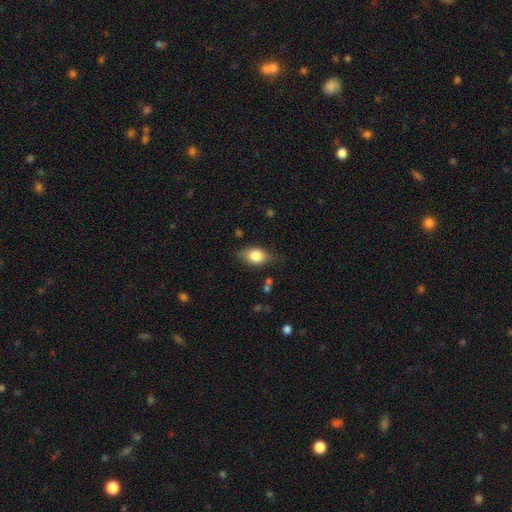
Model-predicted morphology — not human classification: Q: Smooth or featured?
A: smooth (79%); runner-up: featured or disk (14%)
Q: How rounded?
A: in between (85%); runner-up: round (12%)
Q: Merging?
A: none (75%); runner-up: minor disturbance (19%)